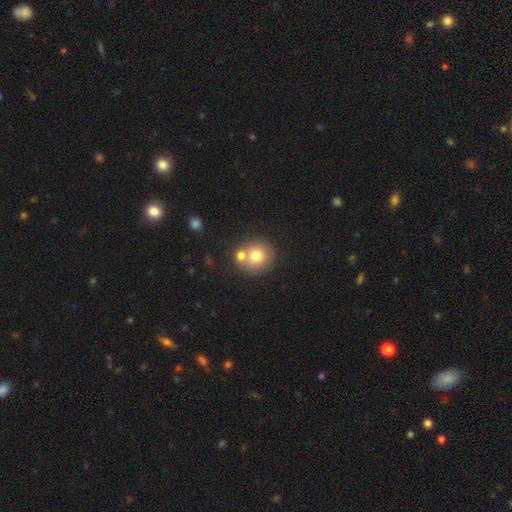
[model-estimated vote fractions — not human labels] Smooth or featured: smooth — 76% (featured or disk — 14%)
How rounded: round — 88% (in between — 12%)
Merging: none — 51% (merger — 38%)